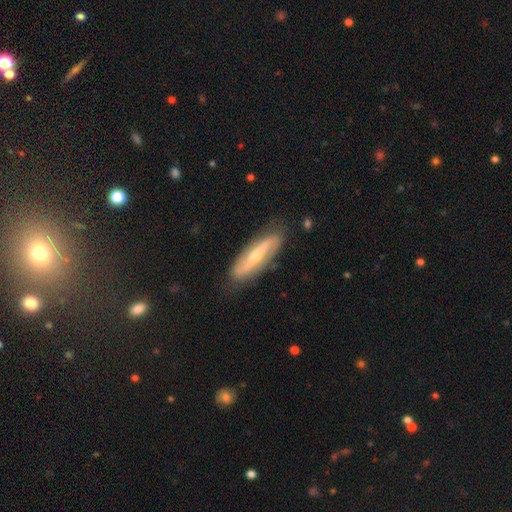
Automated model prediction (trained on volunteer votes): Overall: featured or disk (75%). Edge-on disk: no (71%). Bar: strong (48%; weak 27%). Spiral arms: yes (85%). Bulge size: small (53%; moderate 43%). Merging: none (81%).